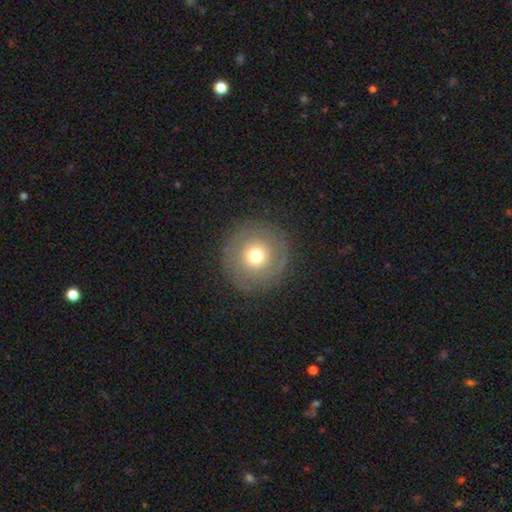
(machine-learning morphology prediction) smooth 57%, featured or disk 31%, star or artifact 12%. Down the decision tree: how rounded — round (95%); merging — none (86%).